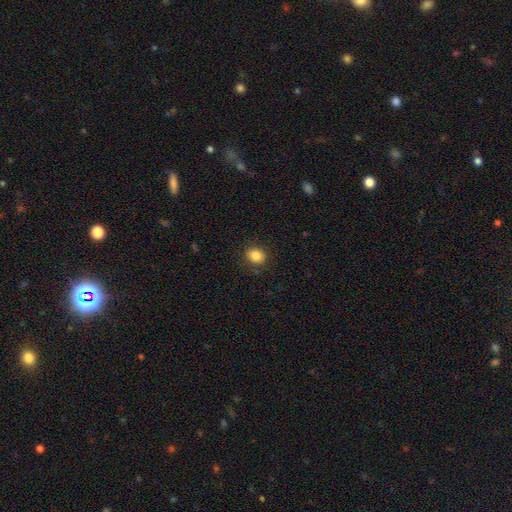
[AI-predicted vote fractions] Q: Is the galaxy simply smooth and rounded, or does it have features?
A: smooth — 85%.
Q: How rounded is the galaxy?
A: round — 60%.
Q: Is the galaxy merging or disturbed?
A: none — 87%.